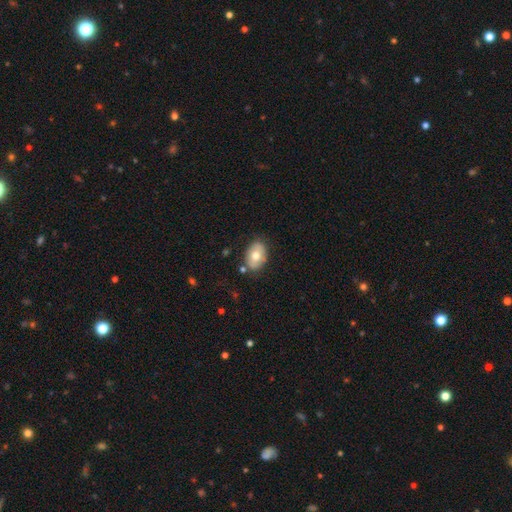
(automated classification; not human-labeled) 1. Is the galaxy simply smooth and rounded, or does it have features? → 66% smooth, 27% featured or disk, 7% star or artifact.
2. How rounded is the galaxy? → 83% in between, 16% round, 1% cigar-shaped.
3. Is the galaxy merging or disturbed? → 78% none, 15% minor disturbance, 4% merger, 3% major disturbance.